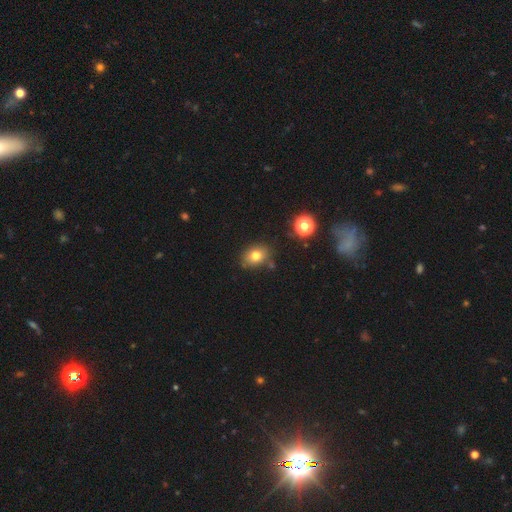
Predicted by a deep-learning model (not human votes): This is likely a smooth galaxy (77%). How rounded: possibly in between (59%). Merging: likely none (78%).